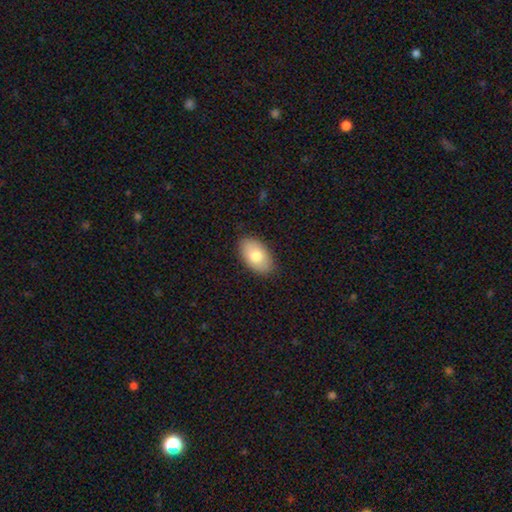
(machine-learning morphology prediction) A smooth galaxy with no disk features (78%) that is in between round and cigar-shaped (94%).

Vote fractions:
- Smooth or featured? smooth: 78% / featured or disk: 16% / star or artifact: 6%
- How rounded? in between: 94% / round: 5% / cigar-shaped: 1%
- Merging? none: 87% / minor disturbance: 10% / major disturbance: 2% / merger: 1%